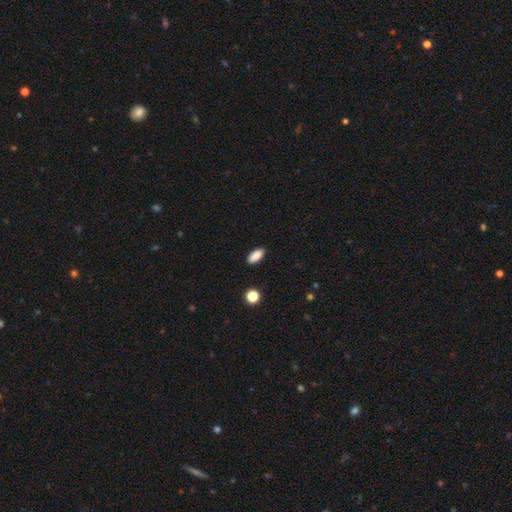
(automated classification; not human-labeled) smooth-or-featured: smooth: 88% | star or artifact: 8% | featured or disk: 4%
  how-rounded: in between: 84% | cigar-shaped: 13% | round: 3%
  merging: none: 89% | minor disturbance: 8% | major disturbance: 2% | merger: 1%